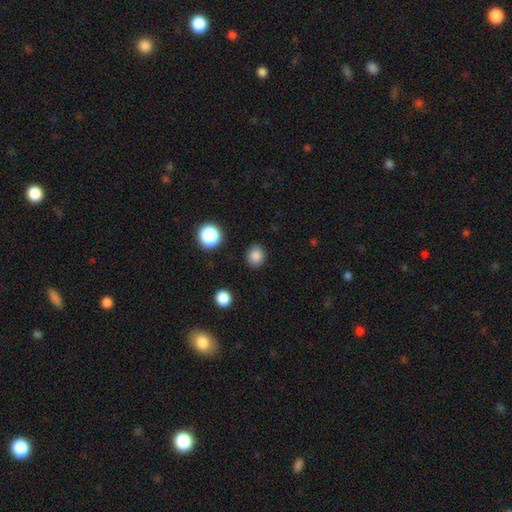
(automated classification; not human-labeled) A smooth galaxy with no disk features (84%) that is round (73%). Merging: none (88%).